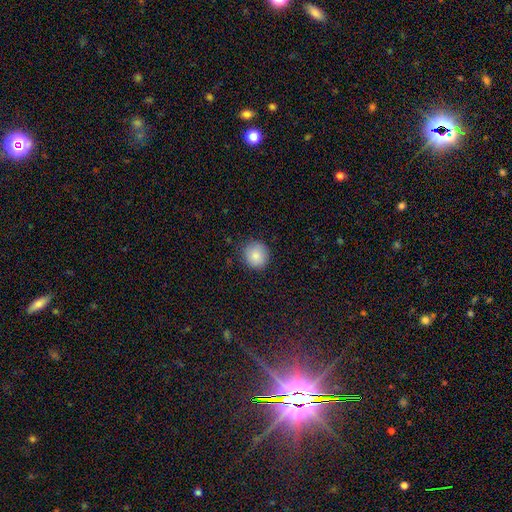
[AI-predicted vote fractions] Smooth or featured?
  - smooth: 86% *
  - star or artifact: 8%
  - featured or disk: 6%
How rounded?
  - round: 91% *
  - in between: 8%
  - cigar-shaped: 1%
Merging?
  - none: 87% *
  - minor disturbance: 10%
  - major disturbance: 2%
  - merger: 1%